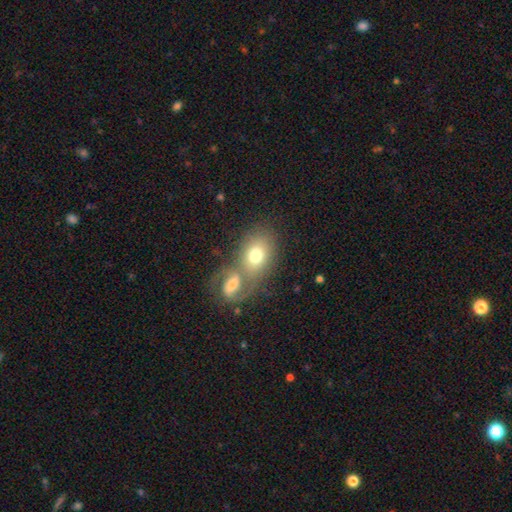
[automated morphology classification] Smooth or featured: smooth — 67% (featured or disk — 25%)
How rounded: in between — 77% (round — 22%)
Merging: merger — 49% (none — 36%)